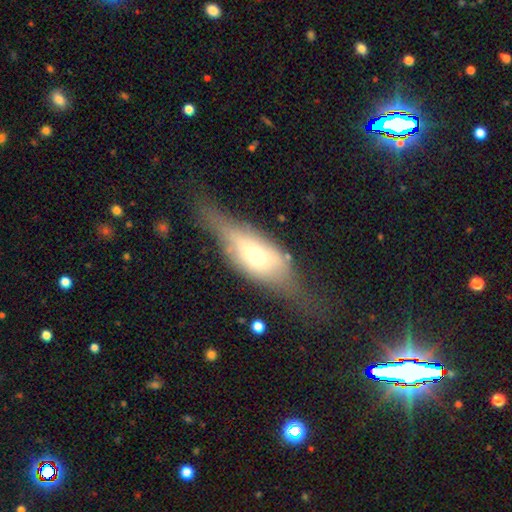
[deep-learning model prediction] Morphology: type=featured or disk (53%); edge-on=yes (71%); merging=none (48%).